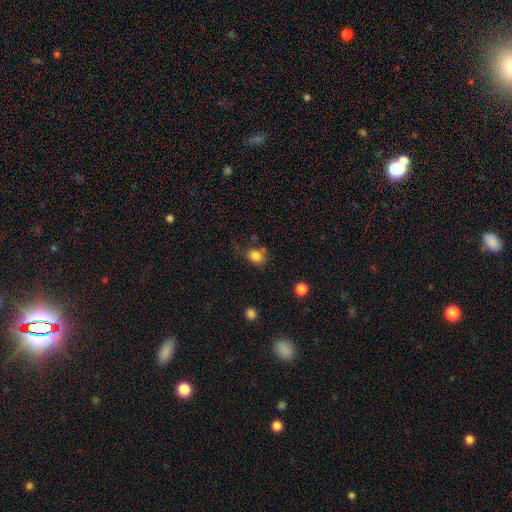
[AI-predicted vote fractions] Q: Smooth or featured?
A: smooth (83%); runner-up: star or artifact (11%)
Q: How rounded?
A: round (51%); runner-up: in between (48%)
Q: Merging?
A: none (58%); runner-up: minor disturbance (23%)